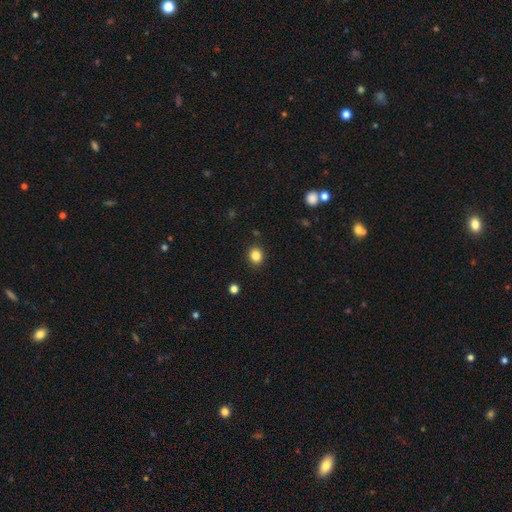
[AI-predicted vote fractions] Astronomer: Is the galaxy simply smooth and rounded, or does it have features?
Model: smooth — 84%.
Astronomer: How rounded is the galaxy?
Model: round — 69%.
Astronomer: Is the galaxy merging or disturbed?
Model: none — 89%.